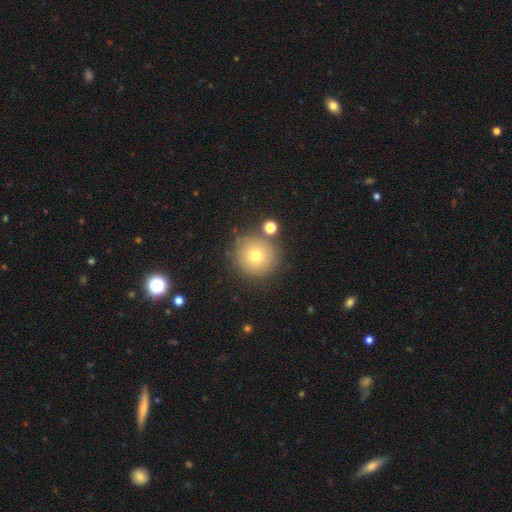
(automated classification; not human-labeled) The model was most divided on "smooth or featured": smooth: 73%, featured or disk: 14%, star or artifact: 13%. More confident: how rounded — round (95%); merging — none (81%).